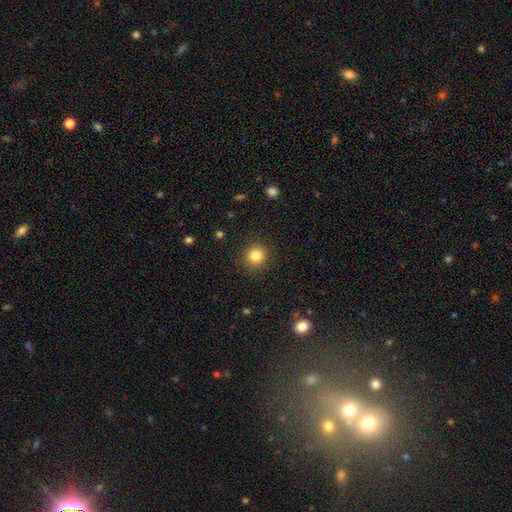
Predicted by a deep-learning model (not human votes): Q: Smooth or featured?
A: smooth (83%); runner-up: star or artifact (11%)
Q: How rounded?
A: round (92%); runner-up: in between (7%)
Q: Merging?
A: none (91%); runner-up: minor disturbance (6%)